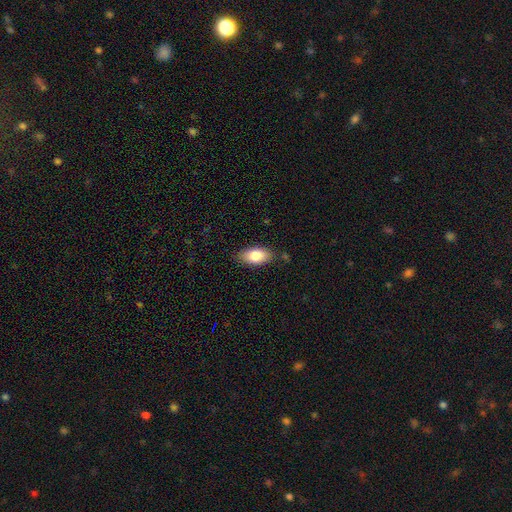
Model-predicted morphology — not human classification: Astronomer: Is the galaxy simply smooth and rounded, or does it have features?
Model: smooth — 82%.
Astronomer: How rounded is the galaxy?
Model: in between — 92%.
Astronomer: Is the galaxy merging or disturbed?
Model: none — 83%.